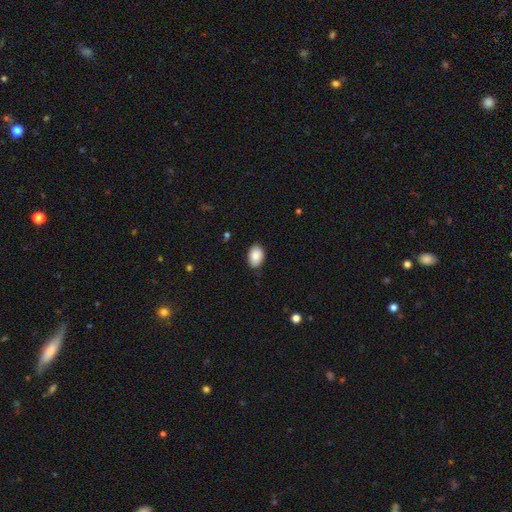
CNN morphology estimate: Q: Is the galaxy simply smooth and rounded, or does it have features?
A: smooth — 88%.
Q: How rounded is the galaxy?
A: in between — 85%.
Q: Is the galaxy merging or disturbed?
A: none — 85%.